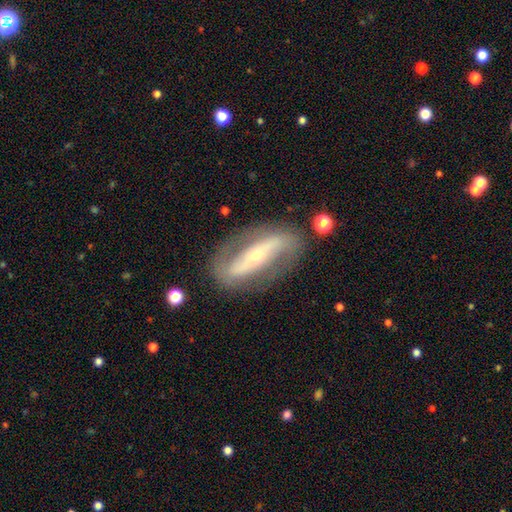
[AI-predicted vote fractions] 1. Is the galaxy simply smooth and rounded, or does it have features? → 78% featured or disk, 15% smooth, 6% star or artifact.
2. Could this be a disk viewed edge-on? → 83% no, 17% yes.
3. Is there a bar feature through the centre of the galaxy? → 57% strong, 26% no, 16% weak.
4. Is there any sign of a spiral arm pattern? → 64% yes, 36% no.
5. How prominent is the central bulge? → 66% small, 30% moderate, 2% large, 1% dominant, 1% none.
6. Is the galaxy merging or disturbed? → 79% none, 13% minor disturbance, 7% major disturbance, 2% merger.